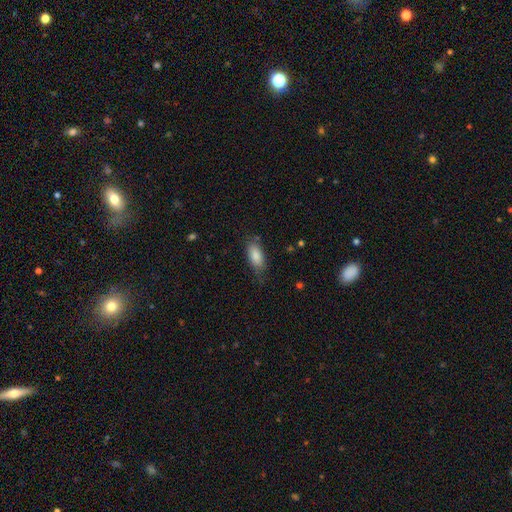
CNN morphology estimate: This is clearly a smooth galaxy (83%). How rounded: clearly in between (86%). Merging: likely none (69%).